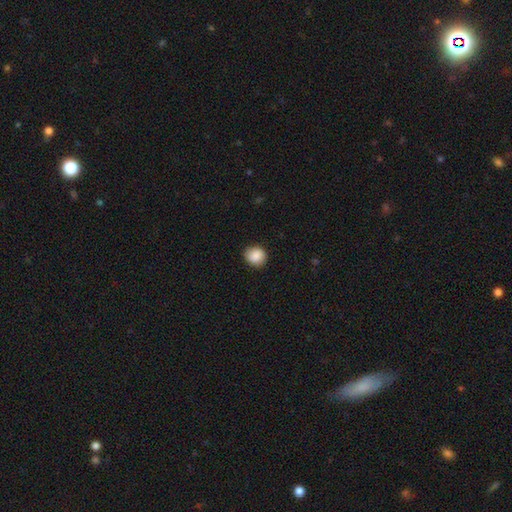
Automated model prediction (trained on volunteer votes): Smooth or featured: smooth — 88% (star or artifact — 8%)
How rounded: round — 83% (in between — 16%)
Merging: none — 87% (minor disturbance — 10%)